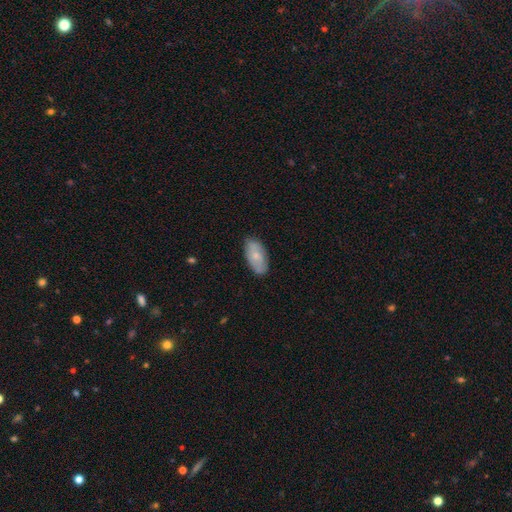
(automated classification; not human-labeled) Overall: smooth (69%). How rounded: in between (93%). Merging: none (83%).